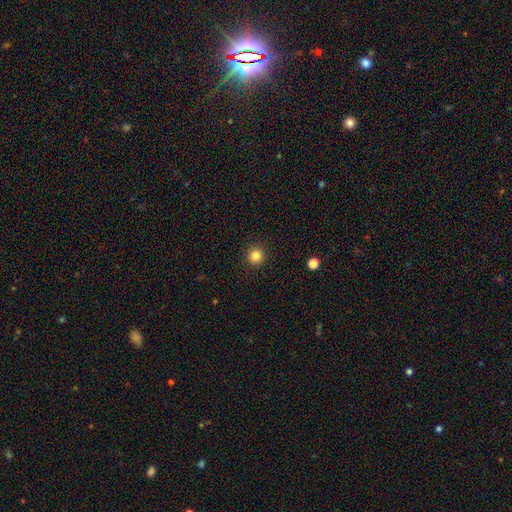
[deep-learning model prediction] A smooth galaxy with no disk features (84%) that is round (95%). Merging: none (93%).